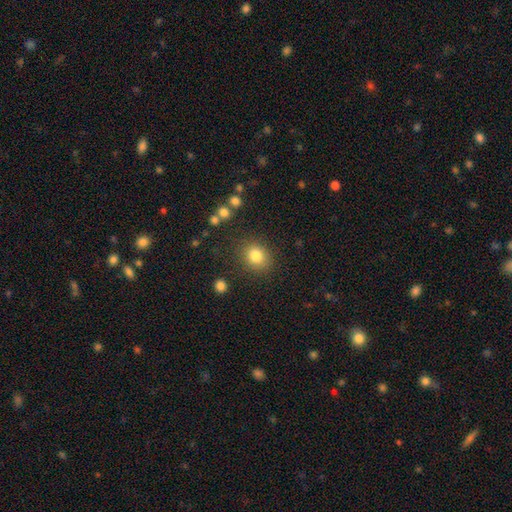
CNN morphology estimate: Smooth or featured? Predicted: smooth (p=0.83). How rounded? Predicted: round (p=0.69). Merging? Predicted: none (p=0.83).